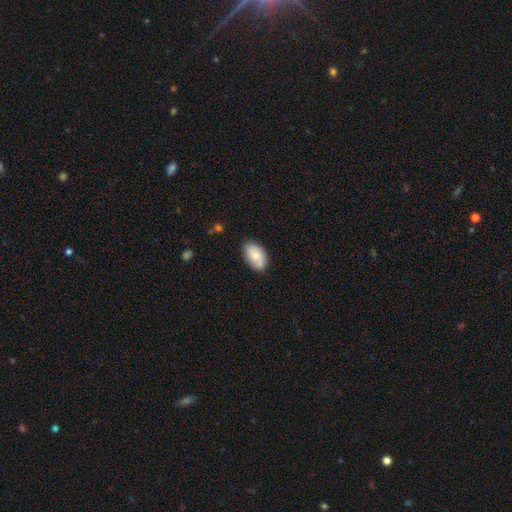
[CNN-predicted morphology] Smooth or featured? smooth (74%)
How rounded? in between (92%)
Merging? none (72%)